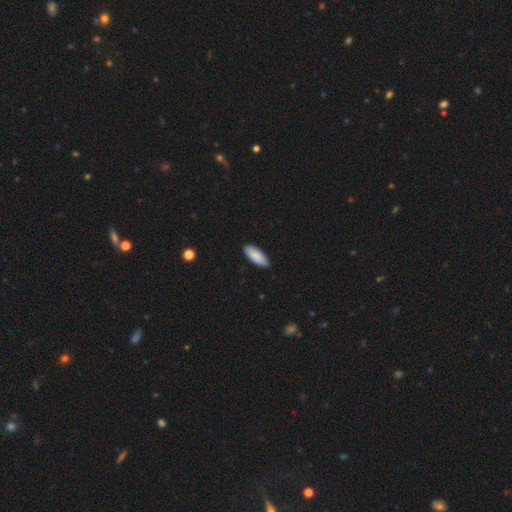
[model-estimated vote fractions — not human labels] Morphology: type=smooth (88%); roundness=in between (77%); merging=none (88%).